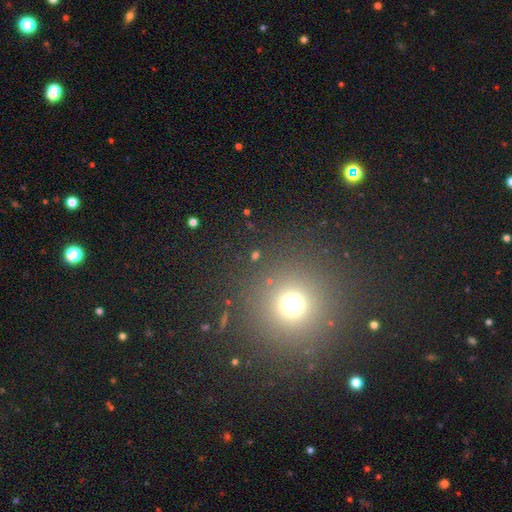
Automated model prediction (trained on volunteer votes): This is possibly a smooth galaxy (48%). Merging: clearly none (87%).